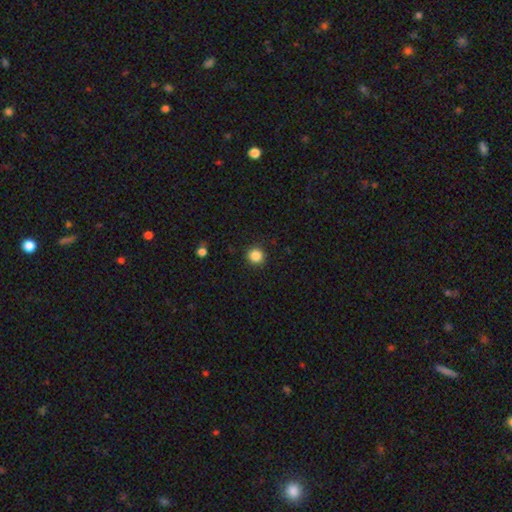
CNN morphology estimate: smooth_or_featured: smooth (p=0.86) [alt: star or artifact p=0.11]
how_rounded: round (p=0.94) [alt: in between p=0.05]
merging: none (p=0.92) [alt: minor disturbance p=0.06]